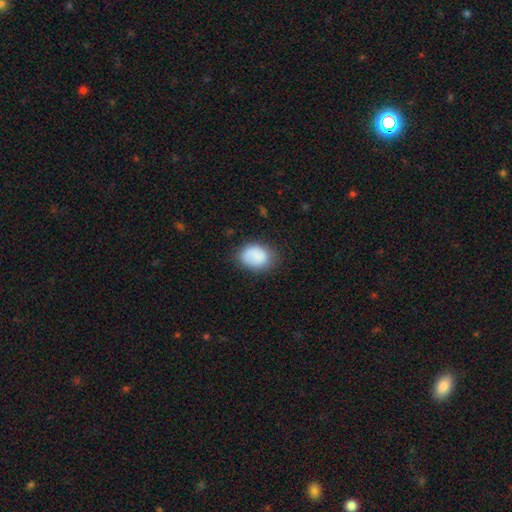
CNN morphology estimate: smooth-or-featured: smooth: 84% | featured or disk: 9% | star or artifact: 7%
  how-rounded: in between: 62% | round: 37% | cigar-shaped: 1%
  merging: none: 73% | minor disturbance: 19% | major disturbance: 6% | merger: 2%